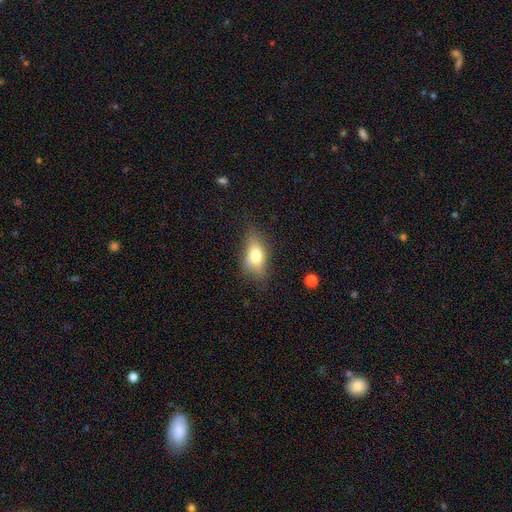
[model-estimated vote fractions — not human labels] This appears to be a smooth galaxy with no disk features (70%) that is in between round and cigar-shaped (81%). Merging: none (68%).